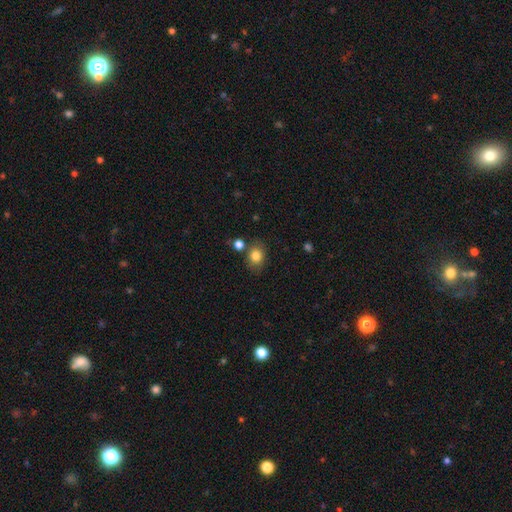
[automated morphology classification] The model was most divided on "how rounded": in between: 50%, round: 49%, cigar-shaped: 1%. More confident: smooth or featured — smooth (82%); merging — none (76%).